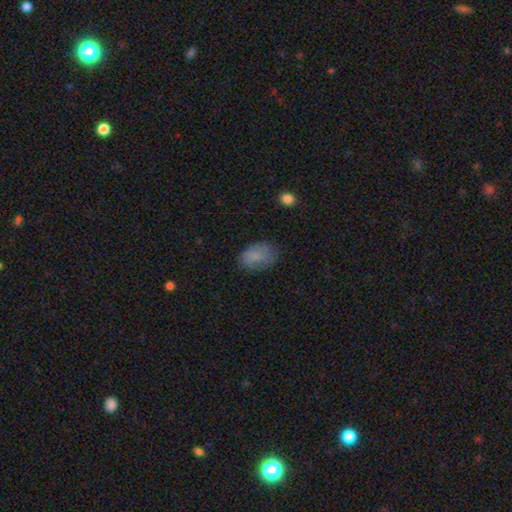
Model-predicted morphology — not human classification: type=smooth (82%); roundness=in between (84%); merging=none (68%).